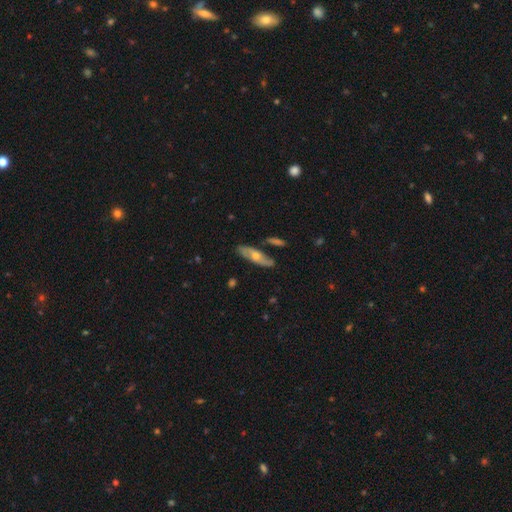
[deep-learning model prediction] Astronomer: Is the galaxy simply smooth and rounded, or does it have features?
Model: featured or disk — 63%.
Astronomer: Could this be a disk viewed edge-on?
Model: no — 65%.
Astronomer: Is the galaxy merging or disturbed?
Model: none — 79%.